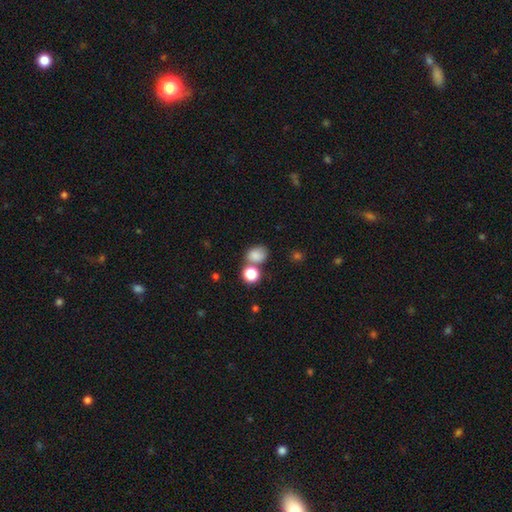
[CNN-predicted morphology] Smooth or featured?
  - smooth: 81% *
  - star or artifact: 12%
  - featured or disk: 7%
How rounded?
  - in between: 52% *
  - round: 47%
  - cigar-shaped: 1%
Merging?
  - none: 52% *
  - merger: 30%
  - minor disturbance: 13%
  - major disturbance: 5%